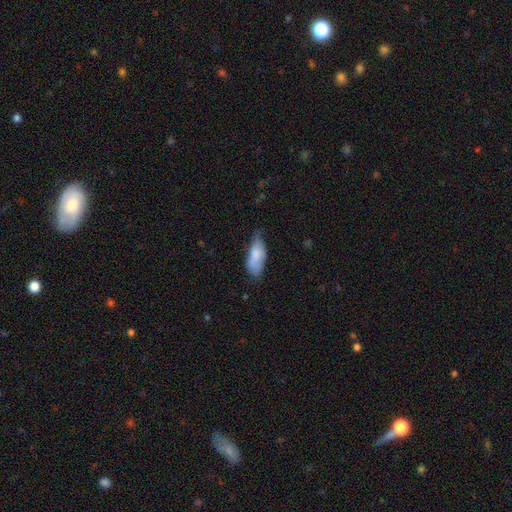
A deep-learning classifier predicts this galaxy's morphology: Overall: smooth (77%). How rounded: in between (80%). Merging: minor disturbance (42%, tied with none).